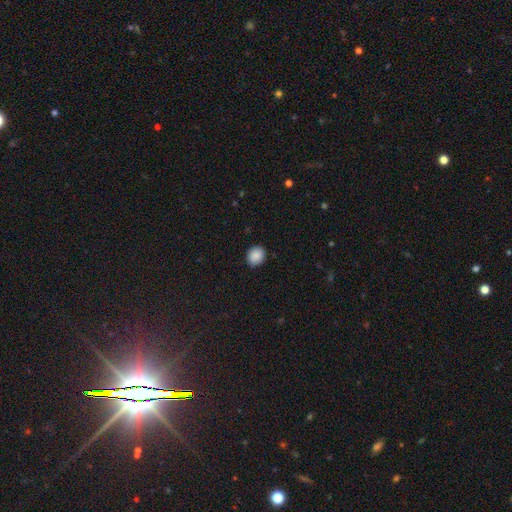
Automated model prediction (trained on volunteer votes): A smooth galaxy with no disk features (89%) that is round (68%). Merging: none (89%).